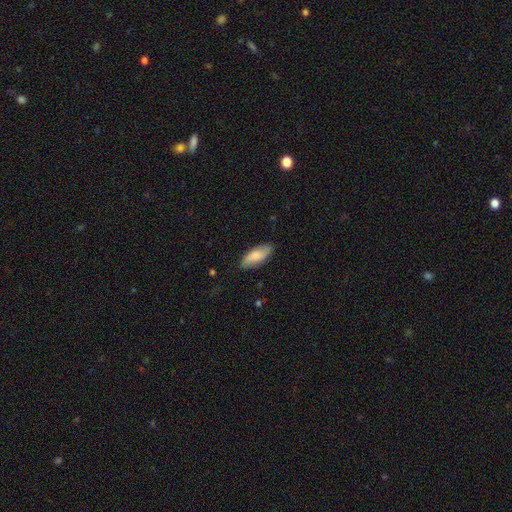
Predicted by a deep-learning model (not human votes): Q: Smooth or featured?
A: smooth (74%); runner-up: featured or disk (20%)
Q: How rounded?
A: in between (82%); runner-up: cigar-shaped (16%)
Q: Merging?
A: none (83%); runner-up: minor disturbance (14%)